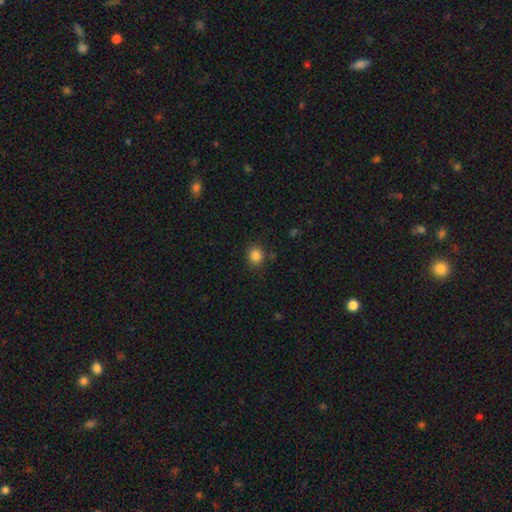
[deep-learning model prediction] smooth 85%, star or artifact 11%, featured or disk 4%. Down the decision tree: how rounded — round (85%); merging — none (86%).